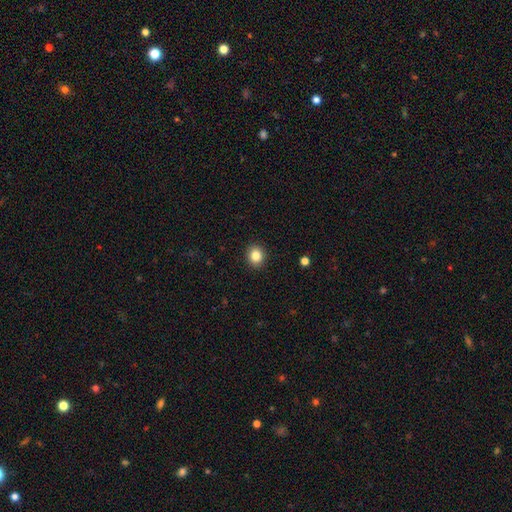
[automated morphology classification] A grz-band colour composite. It shows a smooth galaxy with no disk features (84%) that is round (76%). Merging: none (92%).